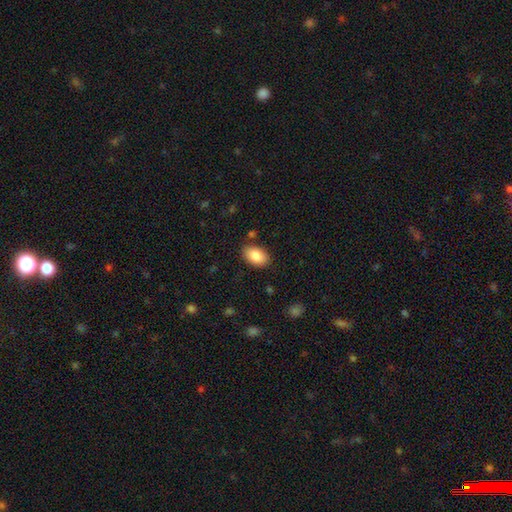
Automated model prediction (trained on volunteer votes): This is clearly a smooth galaxy (87%). How rounded: clearly in between (91%). Merging: clearly none (86%).